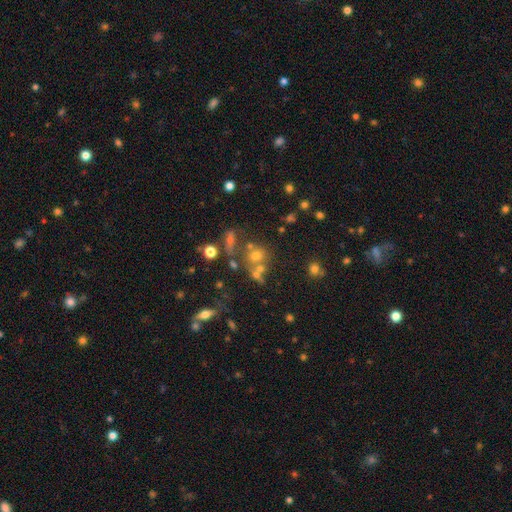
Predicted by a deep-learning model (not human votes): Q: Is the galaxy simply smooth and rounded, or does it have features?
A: smooth — 51%.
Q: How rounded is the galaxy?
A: round — 77%.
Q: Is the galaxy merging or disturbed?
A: none — 50%.